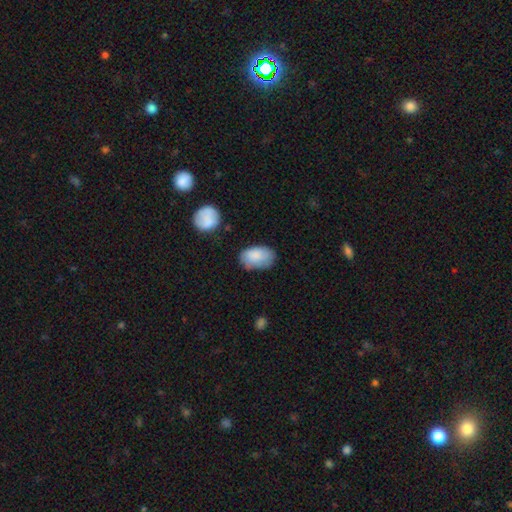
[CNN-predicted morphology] A smooth galaxy with no disk features (83%) that is in between round and cigar-shaped (92%).

Vote fractions:
- Smooth or featured? smooth: 83% / featured or disk: 11% / star or artifact: 6%
- How rounded? in between: 92% / round: 7% / cigar-shaped: 1%
- Merging? none: 64% / minor disturbance: 27% / major disturbance: 6% / merger: 3%